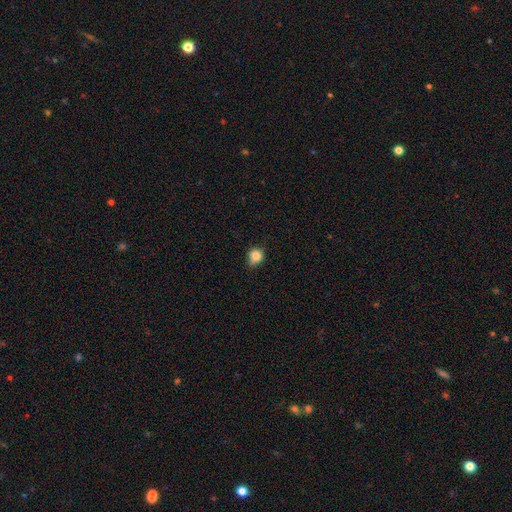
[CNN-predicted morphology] smooth-or-featured: smooth: 82% | star or artifact: 11% | featured or disk: 7%
  how-rounded: round: 78% | in between: 21% | cigar-shaped: 1%
  merging: none: 59% | minor disturbance: 33% | major disturbance: 6% | merger: 2%